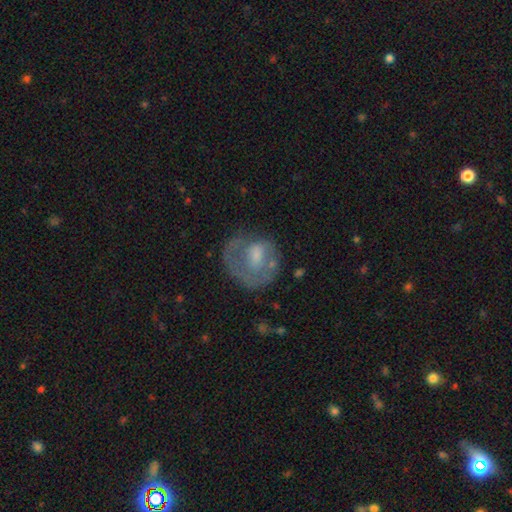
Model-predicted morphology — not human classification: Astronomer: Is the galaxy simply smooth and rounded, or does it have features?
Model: featured or disk — 53% (runner-up: smooth, 38%).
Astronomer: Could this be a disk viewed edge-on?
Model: no — 96%.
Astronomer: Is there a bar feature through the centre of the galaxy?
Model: no — 60%.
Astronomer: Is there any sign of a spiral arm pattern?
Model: no — 55% (runner-up: yes, 45%).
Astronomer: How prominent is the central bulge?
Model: moderate — 43% (runner-up: small, 29%).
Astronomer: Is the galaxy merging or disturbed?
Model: none — 51%.